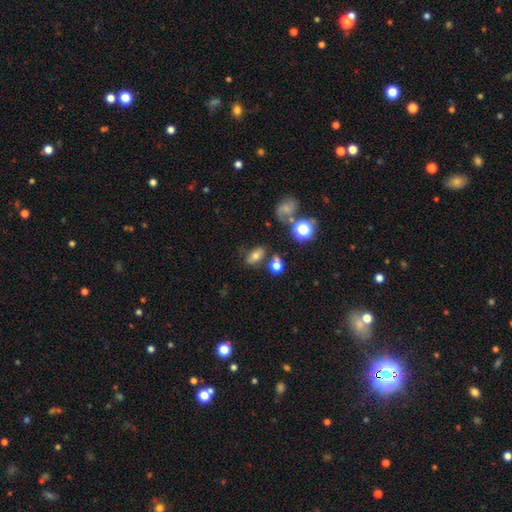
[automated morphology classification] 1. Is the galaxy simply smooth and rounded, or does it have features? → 66% smooth, 19% featured or disk, 15% star or artifact.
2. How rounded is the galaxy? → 81% in between, 13% round, 5% cigar-shaped.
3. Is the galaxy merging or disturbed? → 71% none, 15% minor disturbance, 9% merger, 5% major disturbance.